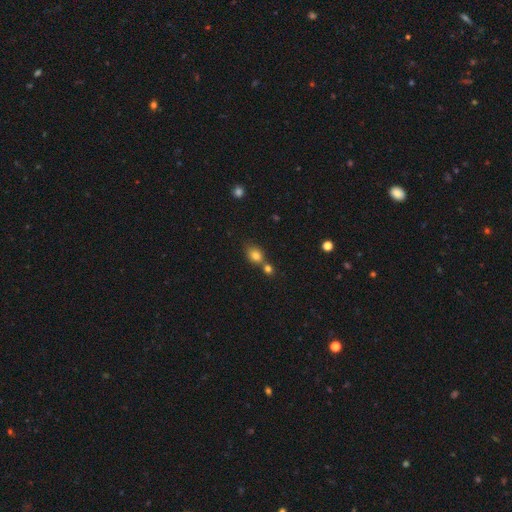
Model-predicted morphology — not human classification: Smooth or featured? Predicted: smooth (p=0.79). How rounded? Predicted: in between (p=0.54). Merging? Predicted: none (p=0.49).